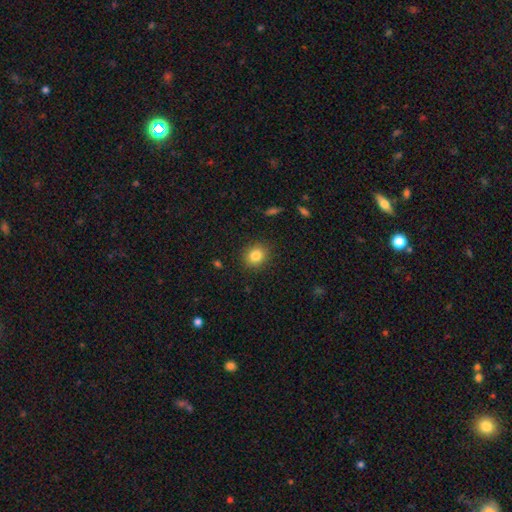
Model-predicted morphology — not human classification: This is clearly a smooth galaxy (83%). How rounded: likely round (77%). Merging: clearly none (89%).